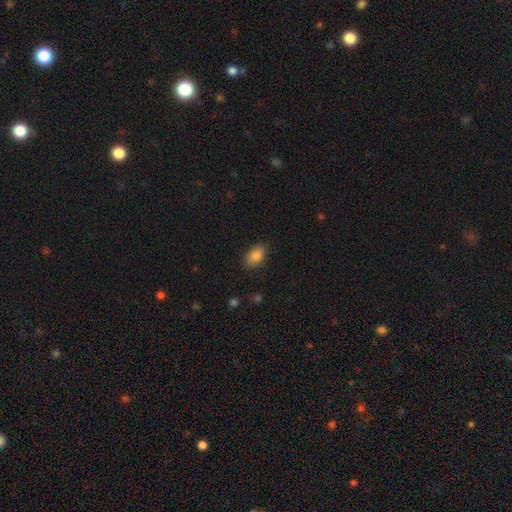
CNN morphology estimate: Overall: smooth (86%). How rounded: in between (92%). Merging: none (85%).